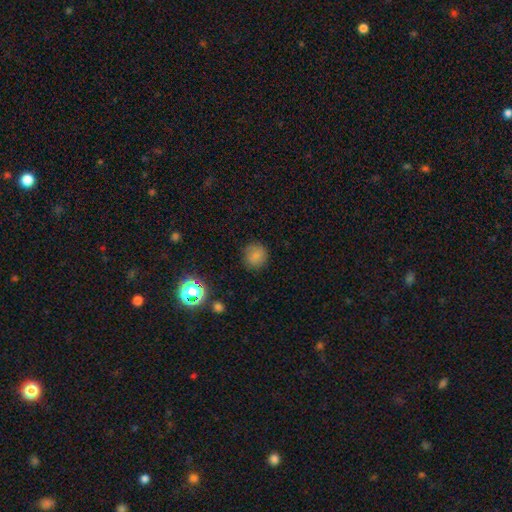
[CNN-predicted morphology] smooth-or-featured: smooth: 79% | star or artifact: 14% | featured or disk: 7%
  how-rounded: round: 90% | in between: 9% | cigar-shaped: 1%
  merging: none: 84% | minor disturbance: 11% | major disturbance: 4% | merger: 1%